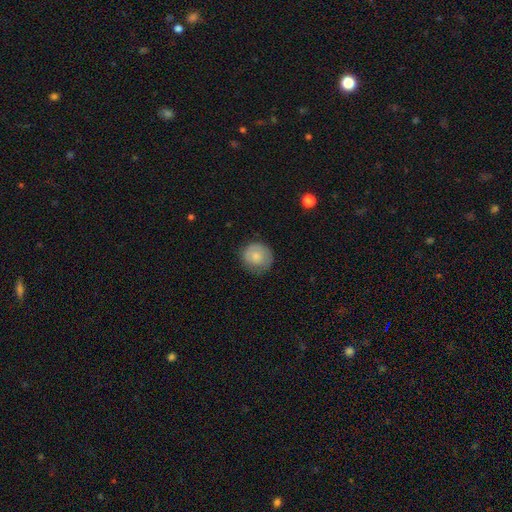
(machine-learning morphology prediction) Smooth or featured: smooth — 75% (featured or disk — 18%)
How rounded: round — 90% (in between — 9%)
Merging: none — 72% (minor disturbance — 21%)